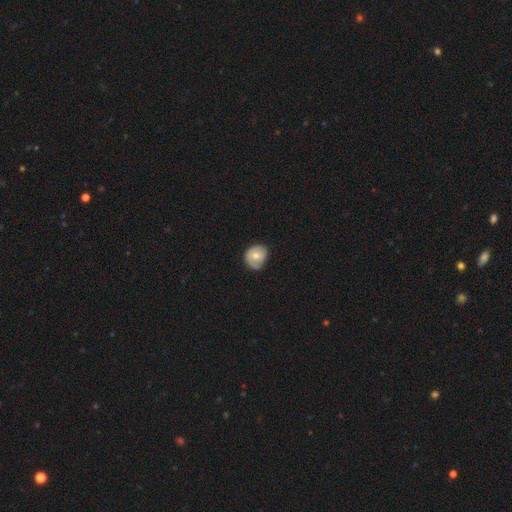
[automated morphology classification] A smooth galaxy with no disk features (57%) that is round (71%).

Vote fractions:
- Smooth or featured? smooth: 57% / featured or disk: 36% / star or artifact: 7%
- How rounded? round: 71% / in between: 28% / cigar-shaped: 1%
- Merging? none: 62% / minor disturbance: 30% / major disturbance: 7% / merger: 1%